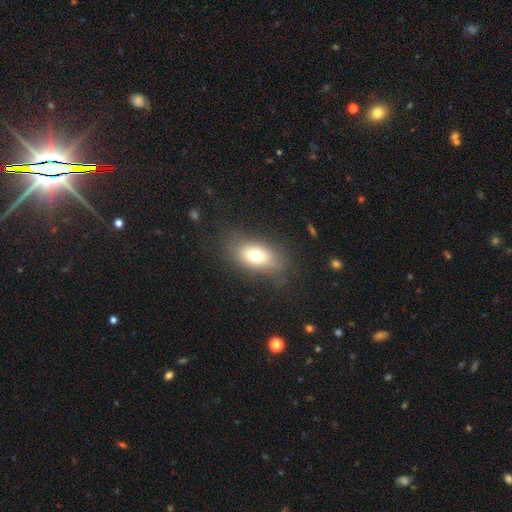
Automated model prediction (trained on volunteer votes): smooth 73%, featured or disk 17%, star or artifact 10%. Down the decision tree: how rounded — in between (87%); merging — none (76%).